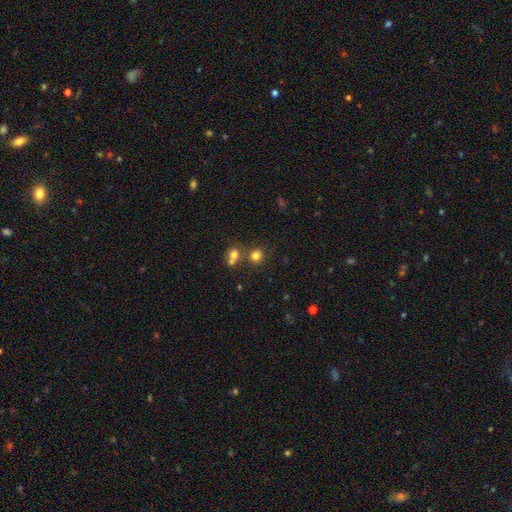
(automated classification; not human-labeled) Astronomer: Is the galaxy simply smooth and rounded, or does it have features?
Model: smooth — 78%.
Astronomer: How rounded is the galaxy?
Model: round — 82%.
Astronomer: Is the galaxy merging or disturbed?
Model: none — 64%.